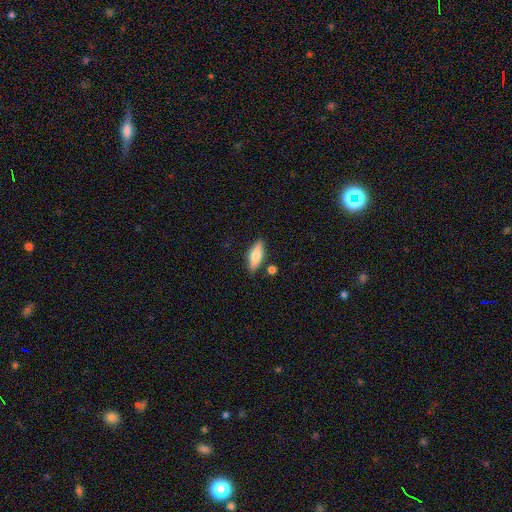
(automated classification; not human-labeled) Overall: smooth (70%). How rounded: in between (64%; cigar-shaped 33%). Merging: none (80%).